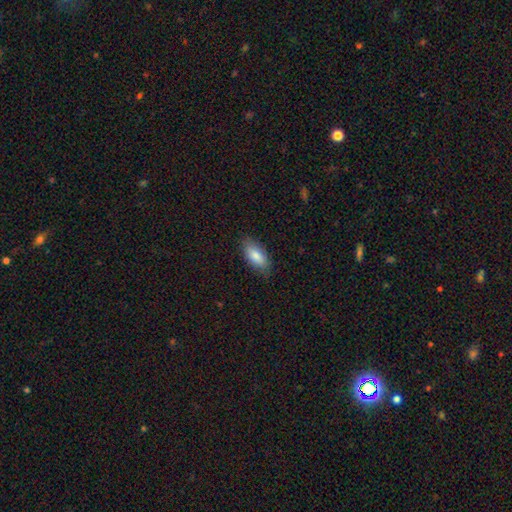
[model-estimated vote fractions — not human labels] Q: Smooth or featured?
A: smooth (84%); runner-up: featured or disk (10%)
Q: How rounded?
A: in between (88%); runner-up: cigar-shaped (10%)
Q: Merging?
A: none (83%); runner-up: minor disturbance (14%)